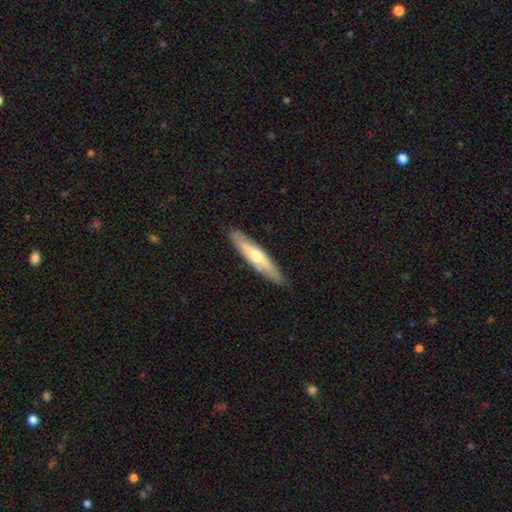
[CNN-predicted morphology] Smooth or featured?
  - smooth: 53% *
  - featured or disk: 42%
  - star or artifact: 5%
How rounded?
  - cigar-shaped: 86% *
  - in between: 13%
  - round: 1%
Merging?
  - none: 87% *
  - minor disturbance: 10%
  - major disturbance: 2%
  - merger: 1%